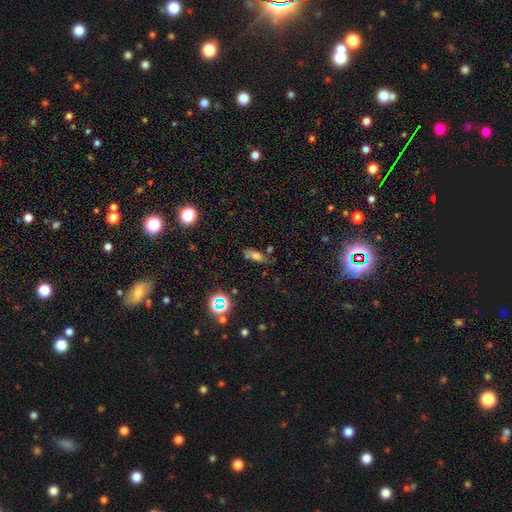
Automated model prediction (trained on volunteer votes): This is likely a smooth galaxy (61%). How rounded: likely in between (64%). Merging: likely none (64%).